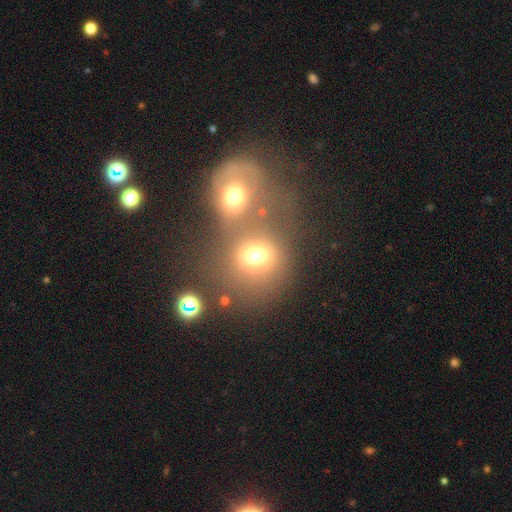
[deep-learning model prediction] smooth_or_featured: smooth (p=0.70) [alt: star or artifact p=0.16]
how_rounded: round (p=0.77) [alt: in between p=0.22]
merging: none (p=0.44) [alt: merger p=0.41]